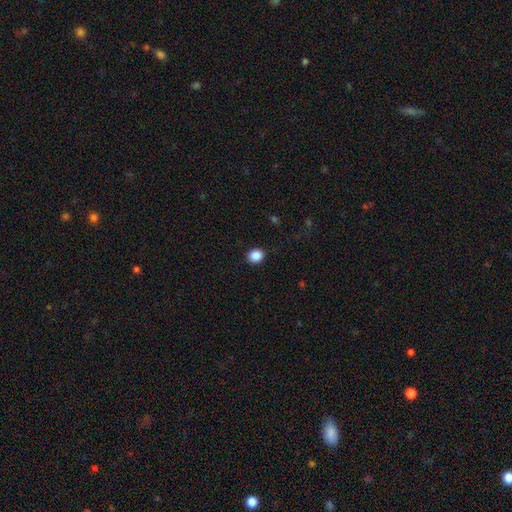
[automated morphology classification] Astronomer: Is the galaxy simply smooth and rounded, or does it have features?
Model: smooth — 88%.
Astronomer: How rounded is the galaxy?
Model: round — 73%.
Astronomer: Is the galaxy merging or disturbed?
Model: none — 90%.